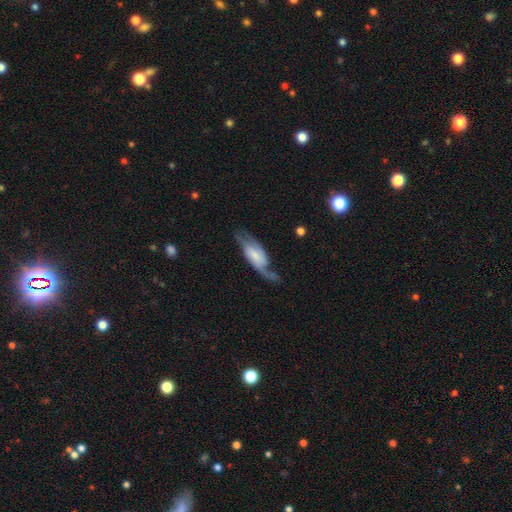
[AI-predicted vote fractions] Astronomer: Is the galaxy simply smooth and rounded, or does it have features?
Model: featured or disk — 76%.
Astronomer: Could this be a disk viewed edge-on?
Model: no — 90%.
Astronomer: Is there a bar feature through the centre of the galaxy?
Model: no — 42% (runner-up: weak, 40%).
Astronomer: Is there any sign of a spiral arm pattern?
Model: yes — 93%.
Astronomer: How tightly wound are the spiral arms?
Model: loose — 49% (runner-up: medium, 38%).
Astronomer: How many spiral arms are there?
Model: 2 — 85%.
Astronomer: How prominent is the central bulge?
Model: small — 35% (runner-up: none, 25%).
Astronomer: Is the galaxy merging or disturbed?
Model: none — 59%.